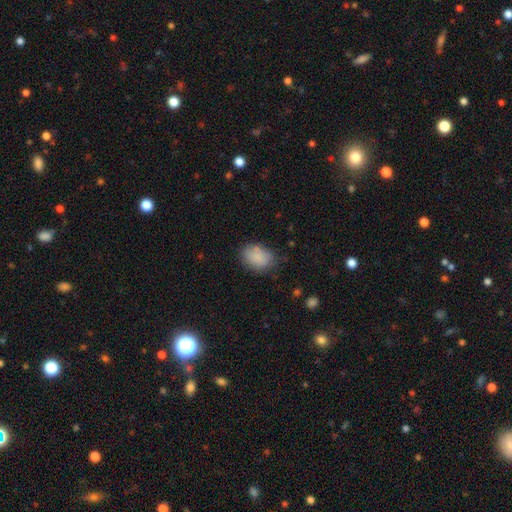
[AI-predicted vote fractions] smooth_or_featured: smooth (p=0.83) [alt: featured or disk p=0.08]
how_rounded: in between (p=0.79) [alt: round p=0.20]
merging: none (p=0.68) [alt: minor disturbance p=0.22]